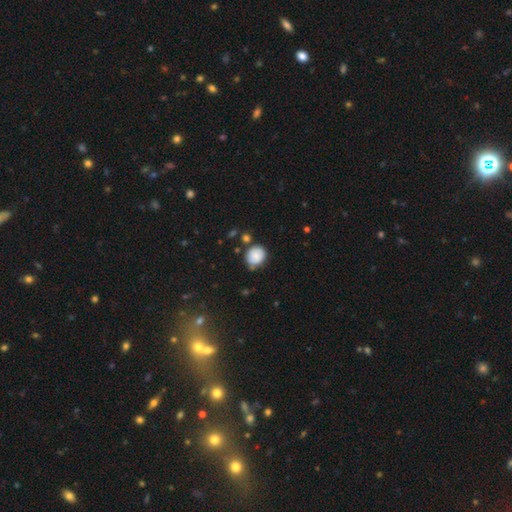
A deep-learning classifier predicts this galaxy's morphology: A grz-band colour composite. It shows a smooth galaxy with no disk features (81%) that is round (69%). Merging: none (64%).